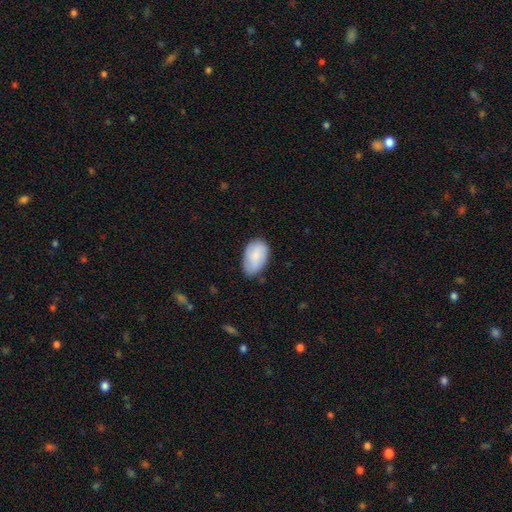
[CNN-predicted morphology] Q: Smooth or featured?
A: smooth (78%); runner-up: featured or disk (15%)
Q: How rounded?
A: in between (92%); runner-up: round (7%)
Q: Merging?
A: none (66%); runner-up: minor disturbance (28%)